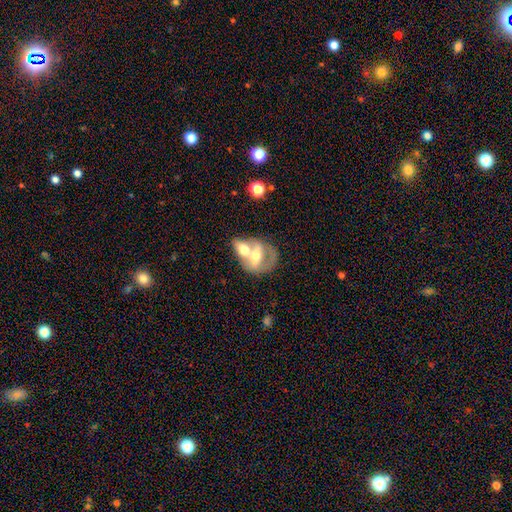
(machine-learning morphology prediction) featured or disk 52%, smooth 41%, star or artifact 7%. Down the decision tree: edge-on disk — no (89%); merging — merger (67%).